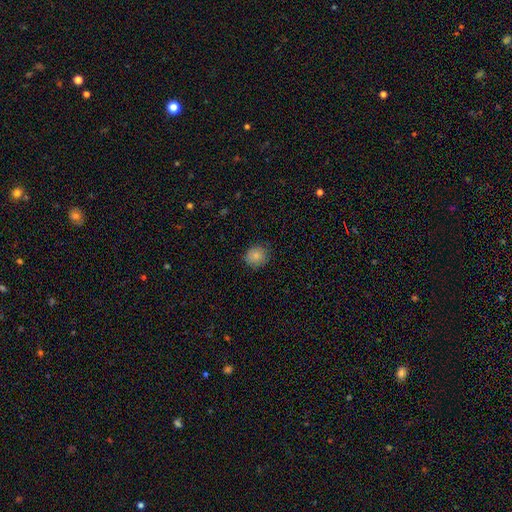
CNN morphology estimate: This appears to be a smooth galaxy with no disk features (84%) that is round (79%). Merging: none (83%).